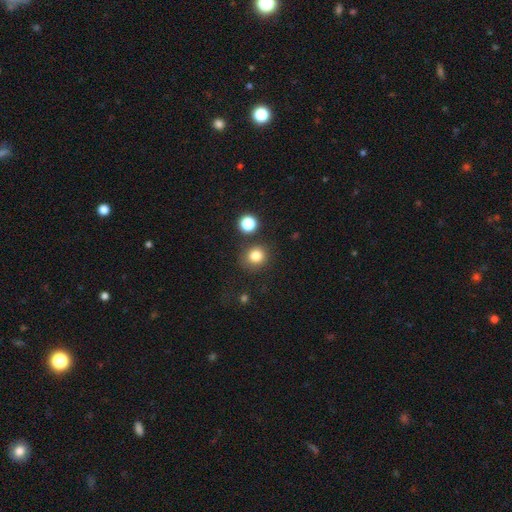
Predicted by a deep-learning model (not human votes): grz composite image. It shows a smooth galaxy with no disk features (81%) that is round (84%). Merging: none (80%).